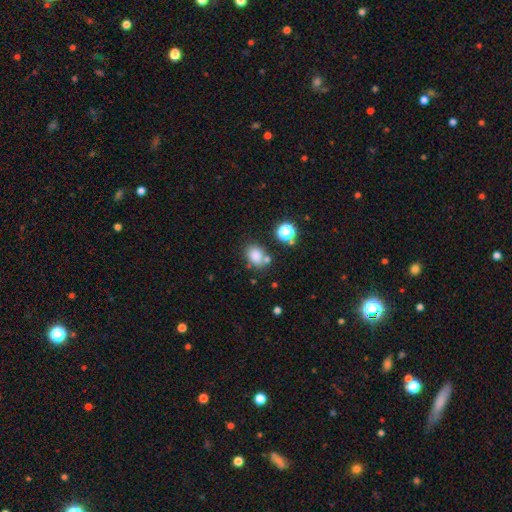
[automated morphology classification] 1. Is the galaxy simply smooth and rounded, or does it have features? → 80% smooth, 13% star or artifact, 7% featured or disk.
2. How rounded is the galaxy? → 56% in between, 43% round, 1% cigar-shaped.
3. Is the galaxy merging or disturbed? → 66% none, 15% minor disturbance, 15% merger, 5% major disturbance.